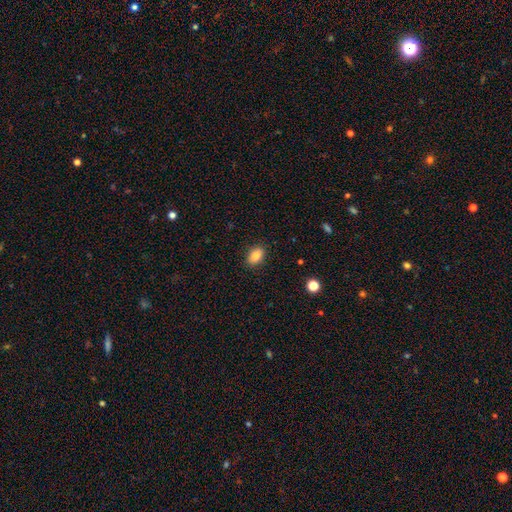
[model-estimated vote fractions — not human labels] This appears to be a smooth galaxy with no disk features (86%) that is in between round and cigar-shaped (88%). Merging: none (89%).